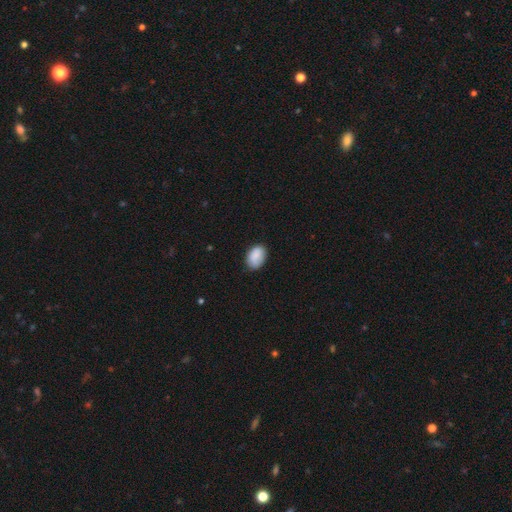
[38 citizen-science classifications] Smooth or featured?
  - smooth: 87% *
  - star or artifact: 8%
  - featured or disk: 5%
How rounded?
  - in between: 79% *
  - round: 15%
  - cigar-shaped: 6%
Merging?
  - none: 71% *
  - minor disturbance: 23%
  - major disturbance: 6%
  - merger: 0%